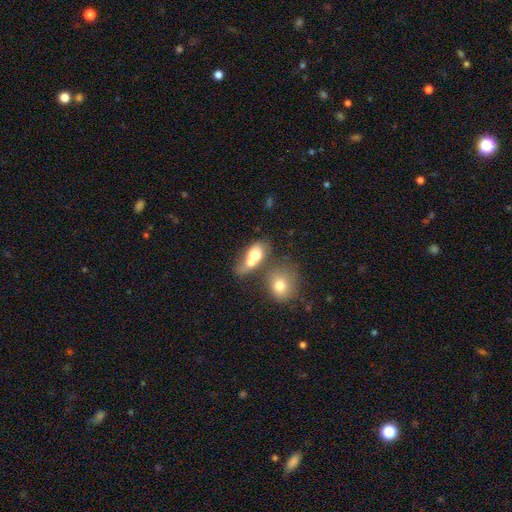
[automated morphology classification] smooth-or-featured: smooth: 69% | featured or disk: 21% | star or artifact: 10%
  how-rounded: in between: 67% | round: 29% | cigar-shaped: 4%
  merging: merger: 64% | none: 19% | minor disturbance: 8% | major disturbance: 8%